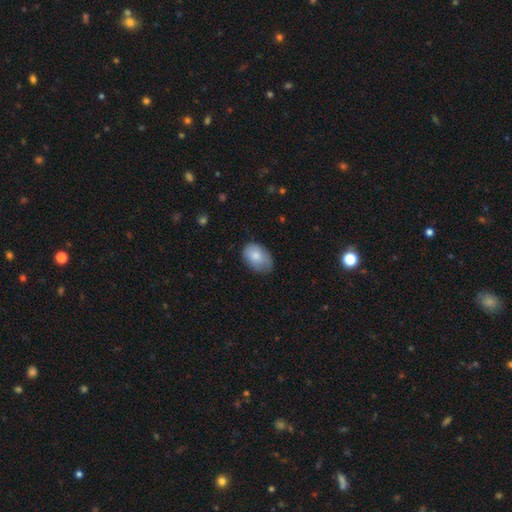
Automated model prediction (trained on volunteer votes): Q: Smooth or featured?
A: smooth (82%); runner-up: featured or disk (11%)
Q: How rounded?
A: in between (86%); runner-up: round (12%)
Q: Merging?
A: none (63%); runner-up: minor disturbance (30%)